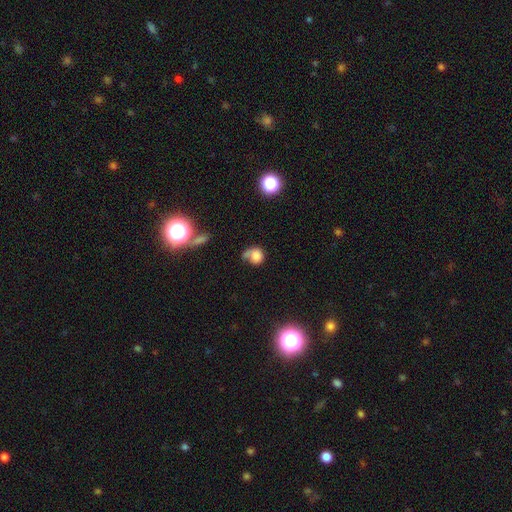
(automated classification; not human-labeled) Smooth or featured? smooth (70%)
How rounded? round (73%)
Merging? none (33%)